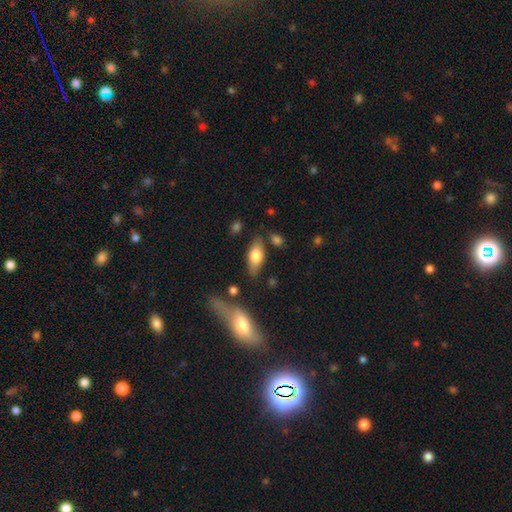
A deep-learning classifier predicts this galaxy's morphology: A smooth galaxy with no disk features (66%) that is in between round and cigar-shaped (80%). Merging: none (77%).